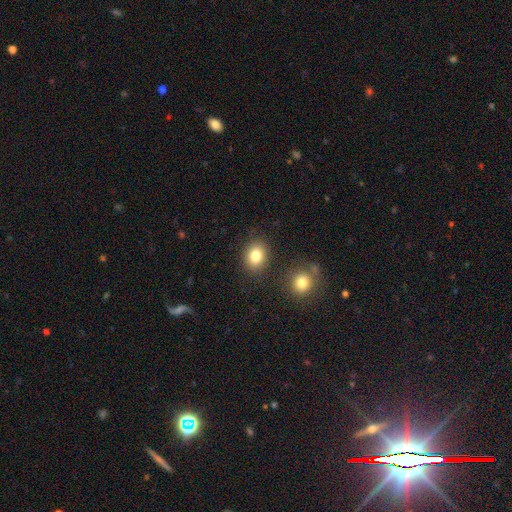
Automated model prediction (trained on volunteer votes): The model was most divided on "how rounded": round: 52%, in between: 47%, cigar-shaped: 1%. More confident: merging — none (84%); smooth or featured — smooth (82%).